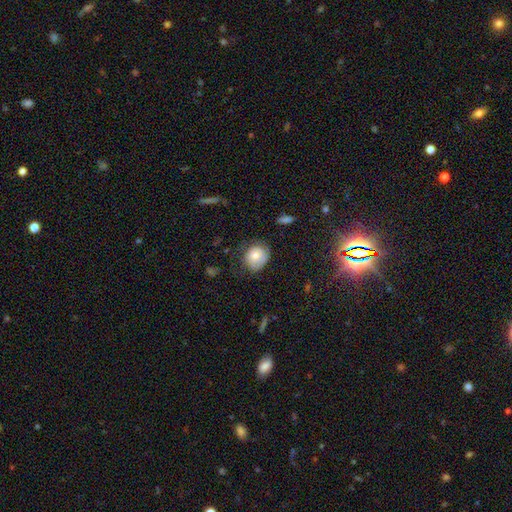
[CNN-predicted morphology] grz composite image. It shows a smooth galaxy with no disk features (64%) that is round (66%). Merging: none (54%).